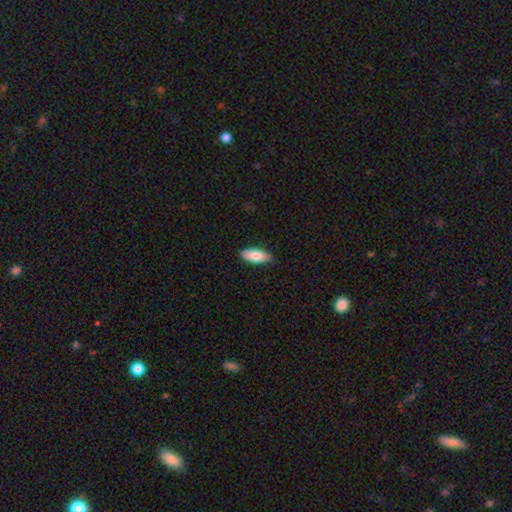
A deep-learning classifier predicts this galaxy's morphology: Q: Smooth or featured?
A: smooth (81%); runner-up: featured or disk (13%)
Q: How rounded?
A: in between (79%); runner-up: cigar-shaped (19%)
Q: Merging?
A: none (85%); runner-up: minor disturbance (12%)